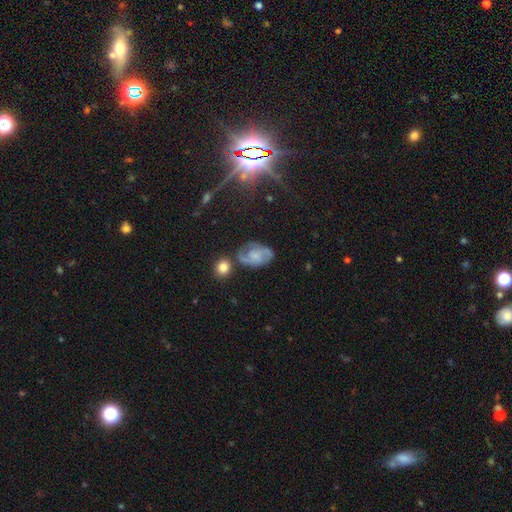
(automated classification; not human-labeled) Morphology: type=featured or disk (66%); edge-on=no (97%); bar=no (63%); spiral arms=yes (88%); winding=medium (48%); arm count=2 (58%); bulge=small (41%); merging=none (58%).